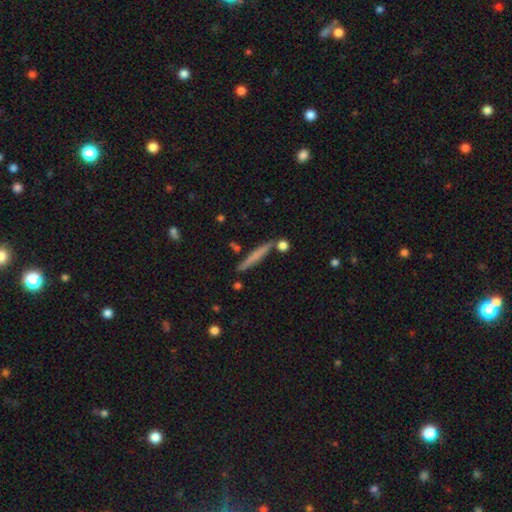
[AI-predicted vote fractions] Q: Smooth or featured?
A: smooth (60%); runner-up: featured or disk (34%)
Q: How rounded?
A: cigar-shaped (95%); runner-up: in between (3%)
Q: Merging?
A: none (84%); runner-up: minor disturbance (9%)